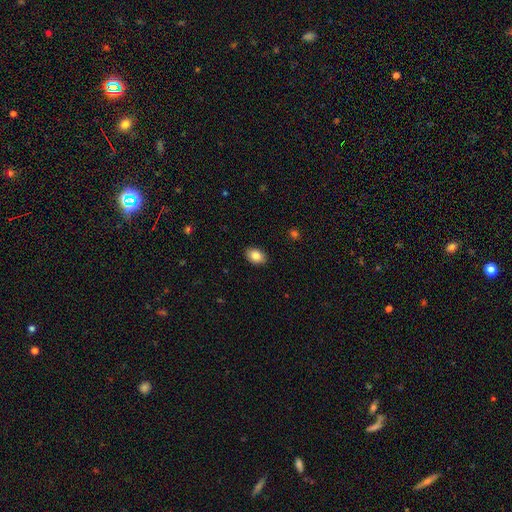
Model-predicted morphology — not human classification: smooth_or_featured: smooth (p=0.85) [alt: star or artifact p=0.08]
how_rounded: in between (p=0.82) [alt: round p=0.17]
merging: none (p=0.89) [alt: minor disturbance p=0.08]